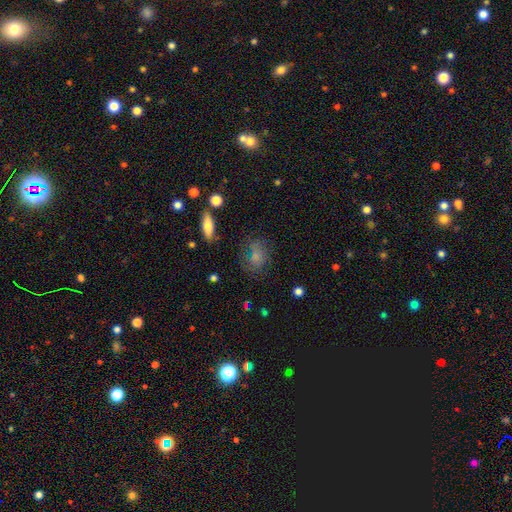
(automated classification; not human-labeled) Morphology: type=smooth (66%); roundness=in between (55%); merging=none (57%).